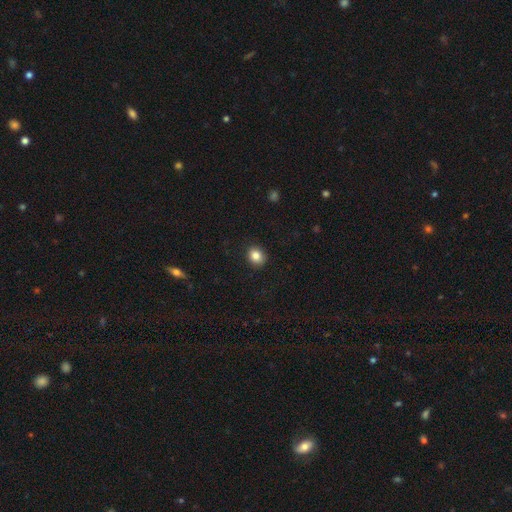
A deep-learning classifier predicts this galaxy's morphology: Smooth or featured? smooth (84%)
How rounded? round (70%)
Merging? none (89%)